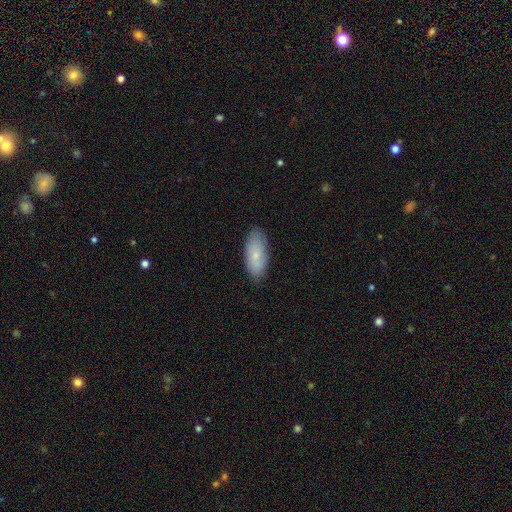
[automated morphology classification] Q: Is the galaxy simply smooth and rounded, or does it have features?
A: smooth — 73%.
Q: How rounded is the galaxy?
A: in between — 86%.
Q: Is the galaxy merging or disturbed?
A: none — 84%.